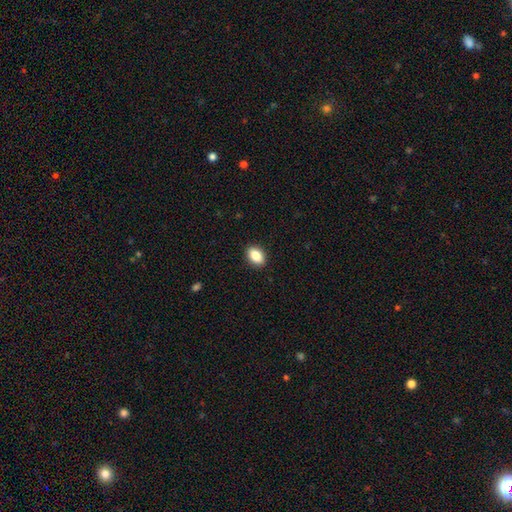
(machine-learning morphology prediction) Smooth or featured?
  - smooth: 86% *
  - star or artifact: 8%
  - featured or disk: 6%
How rounded?
  - in between: 84% *
  - round: 14%
  - cigar-shaped: 2%
Merging?
  - none: 90% *
  - minor disturbance: 7%
  - major disturbance: 2%
  - merger: 1%